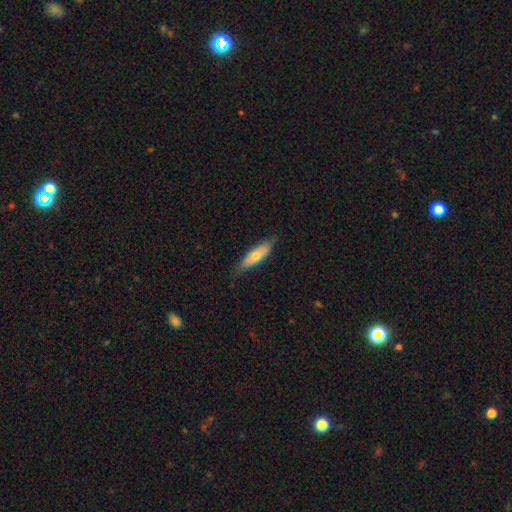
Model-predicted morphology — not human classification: smooth 60%, featured or disk 34%, star or artifact 6%. Down the decision tree: how rounded — in between (50%); merging — none (78%).